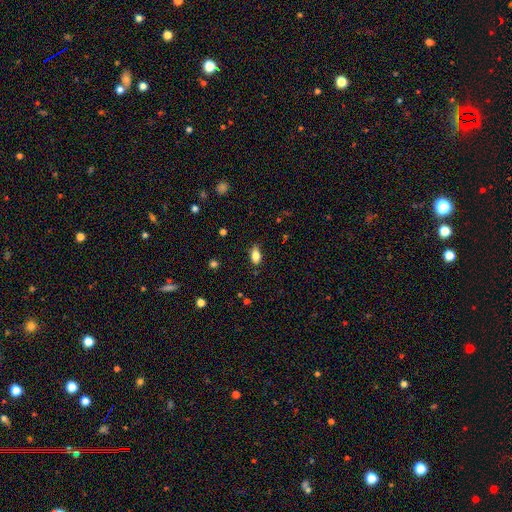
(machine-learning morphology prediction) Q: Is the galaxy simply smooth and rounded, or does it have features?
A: smooth — 83%.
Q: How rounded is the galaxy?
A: in between — 89%.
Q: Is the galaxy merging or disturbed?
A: none — 82%.